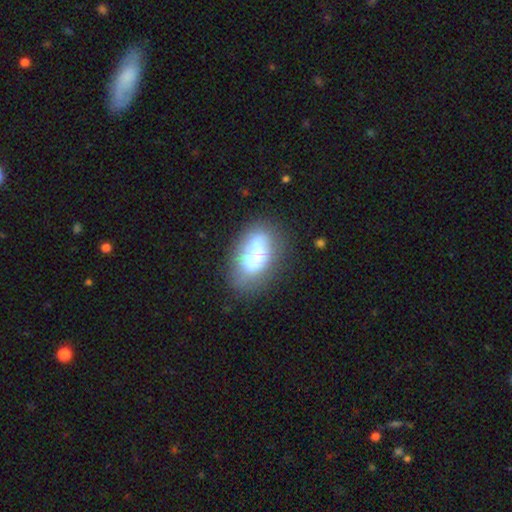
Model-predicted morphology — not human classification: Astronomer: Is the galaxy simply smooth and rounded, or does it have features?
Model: smooth — 62%.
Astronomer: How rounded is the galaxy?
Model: in between — 89%.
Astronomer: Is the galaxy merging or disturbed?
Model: none — 47% (runner-up: minor disturbance, 23%).